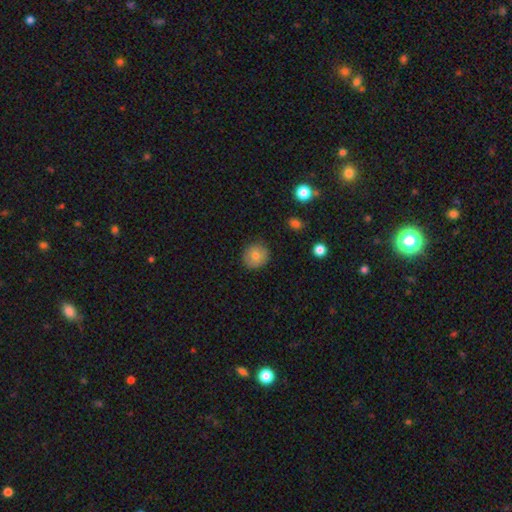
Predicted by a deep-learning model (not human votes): Overall: smooth (77%). How rounded: round (89%). Merging: none (87%).